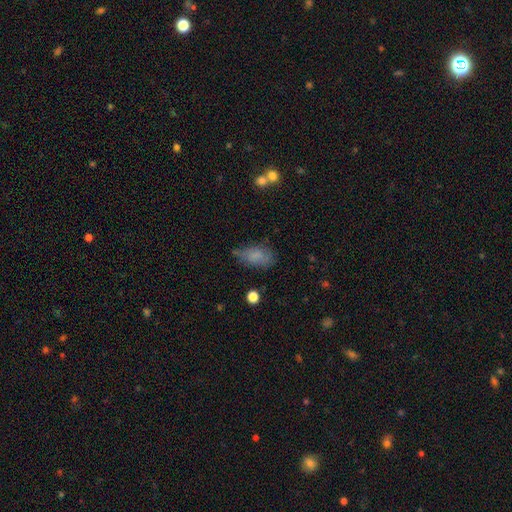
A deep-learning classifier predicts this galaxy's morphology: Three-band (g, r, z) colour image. It shows a smooth galaxy with no disk features (77%) that is in between round and cigar-shaped (90%). Merging: none (57%).